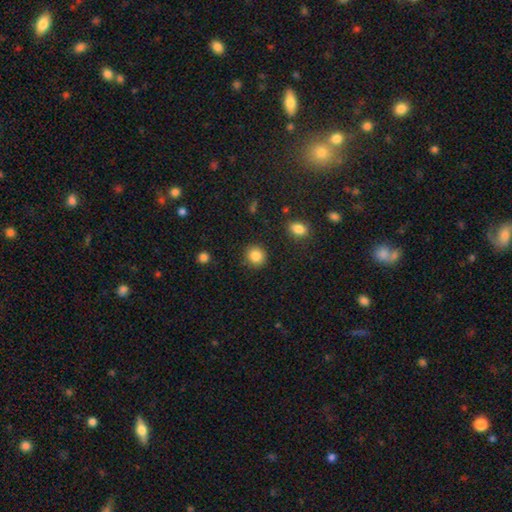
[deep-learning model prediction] This appears to be a smooth galaxy with no disk features (87%) that is round (86%). Merging: none (88%).